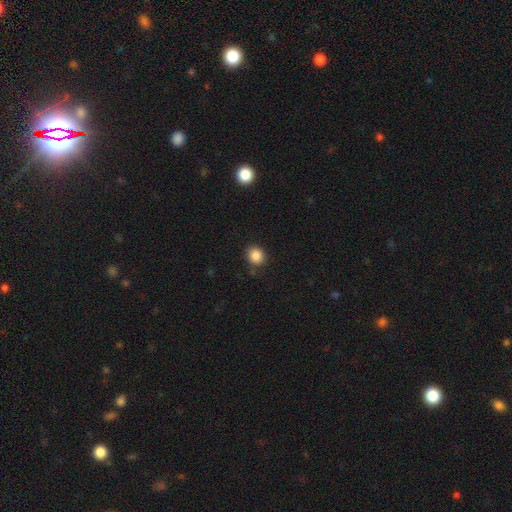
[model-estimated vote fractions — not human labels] A smooth galaxy with no disk features (86%) that is round (74%). Merging: none (87%).